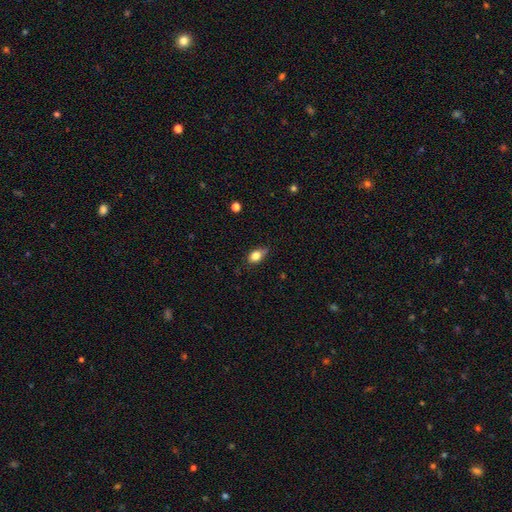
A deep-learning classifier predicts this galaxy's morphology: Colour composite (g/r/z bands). It shows a smooth galaxy with no disk features (79%) that is in between round and cigar-shaped (81%). Merging: none (63%).